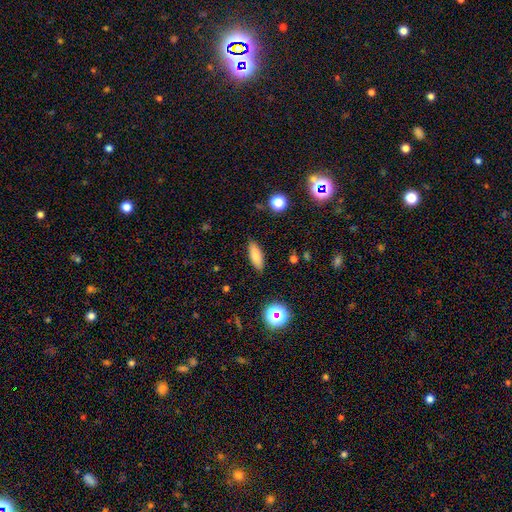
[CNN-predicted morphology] This is likely a smooth galaxy (78%). How rounded: likely in between (62%). Merging: clearly none (87%).